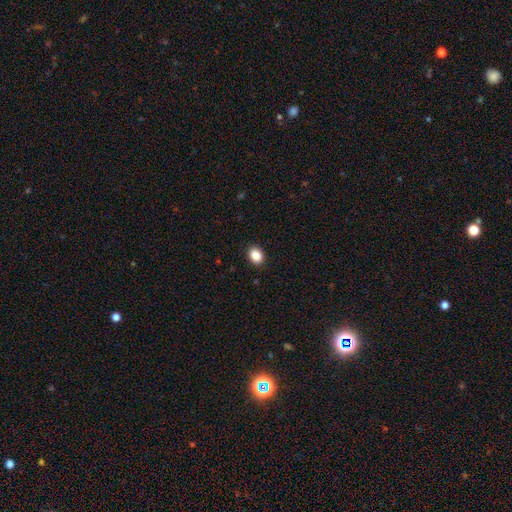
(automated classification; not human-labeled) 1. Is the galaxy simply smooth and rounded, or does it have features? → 87% smooth, 9% star or artifact, 4% featured or disk.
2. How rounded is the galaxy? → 62% in between, 37% round, 1% cigar-shaped.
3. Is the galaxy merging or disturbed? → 91% none, 7% minor disturbance, 2% major disturbance, 1% merger.